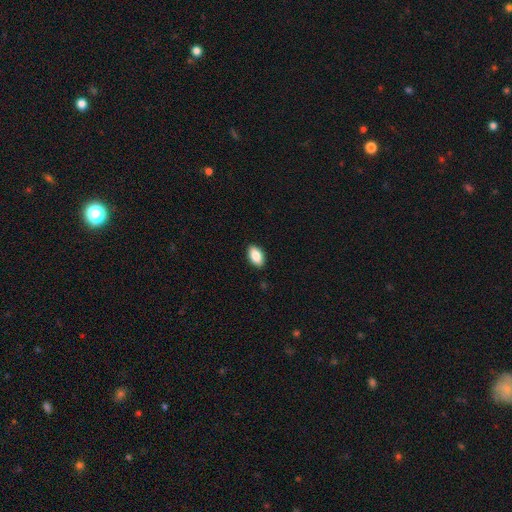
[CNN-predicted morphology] A smooth galaxy with no disk features (86%) that is in between round and cigar-shaped (93%). Merging: none (89%).